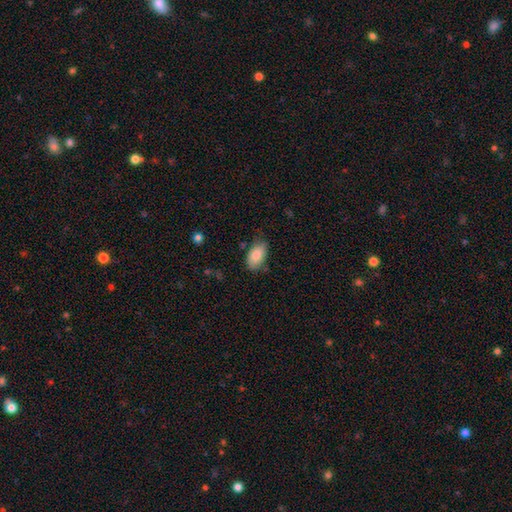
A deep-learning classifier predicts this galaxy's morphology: Smooth or featured: smooth — 82% (featured or disk — 11%)
How rounded: in between — 93% (round — 5%)
Merging: none — 71% (minor disturbance — 22%)